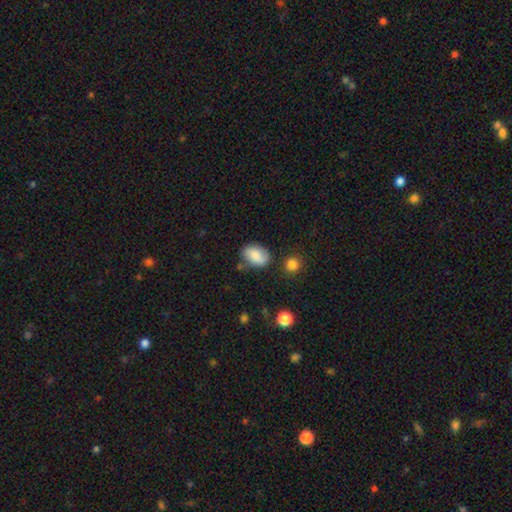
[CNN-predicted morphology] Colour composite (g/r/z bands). It shows a smooth galaxy with no disk features (77%) that is in between round and cigar-shaped (82%). Merging: none (63%).